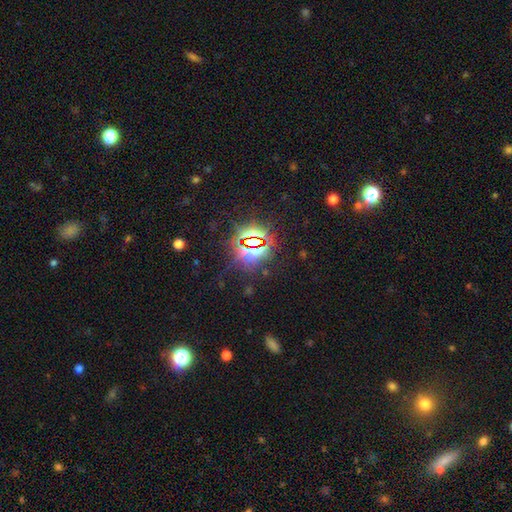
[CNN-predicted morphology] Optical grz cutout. It shows a star or artifact, not a galaxy (81%).